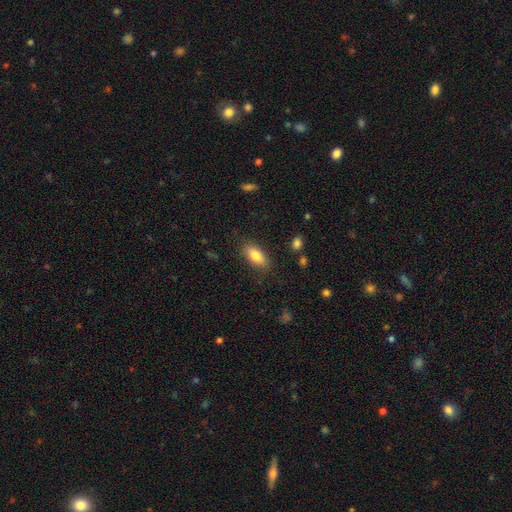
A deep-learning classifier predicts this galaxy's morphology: The model was most divided on "smooth or featured": smooth: 80%, featured or disk: 13%, star or artifact: 7%. More confident: merging — none (84%); how rounded — in between (83%).